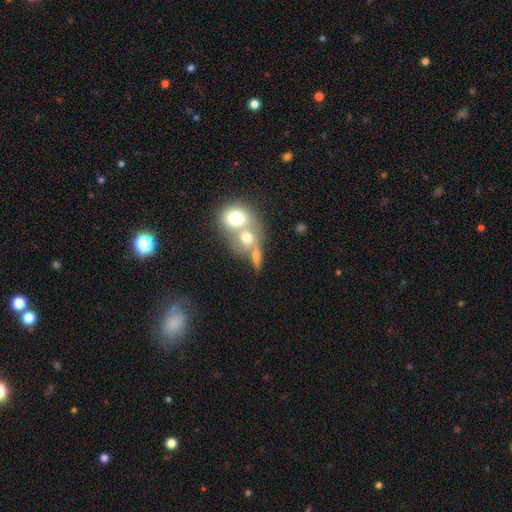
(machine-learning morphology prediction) smooth_or_featured: smooth (p=0.59) [alt: featured or disk p=0.28]
how_rounded: round (p=0.52) [alt: in between p=0.41]
merging: merger (p=0.60) [alt: none p=0.26]